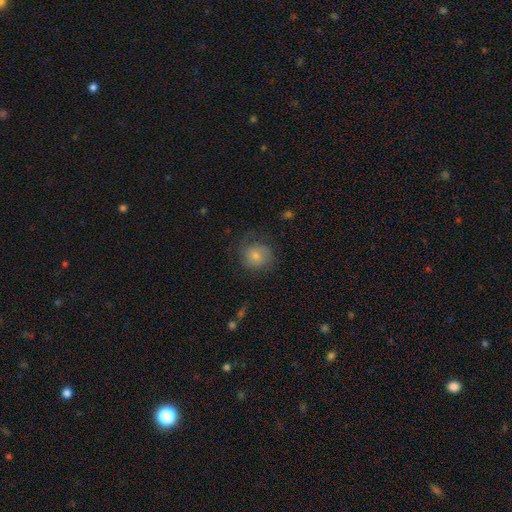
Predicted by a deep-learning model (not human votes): The model was most divided on "smooth or featured": smooth: 53%, featured or disk: 35%, star or artifact: 12%. More confident: how rounded — round (86%); merging — none (68%).